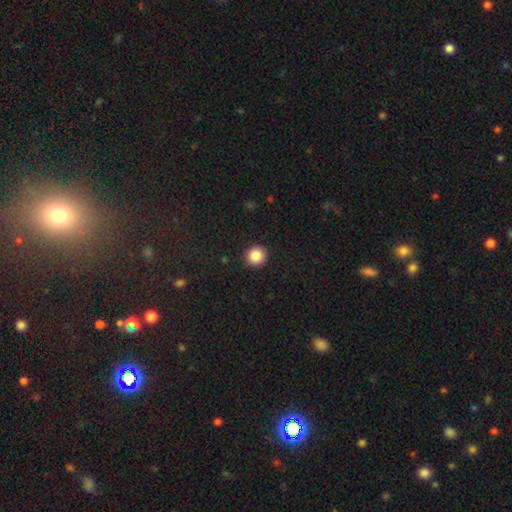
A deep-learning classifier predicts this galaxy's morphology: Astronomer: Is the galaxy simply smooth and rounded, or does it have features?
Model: smooth — 86%.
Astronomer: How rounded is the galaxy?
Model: round — 95%.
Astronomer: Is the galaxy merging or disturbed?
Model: none — 92%.